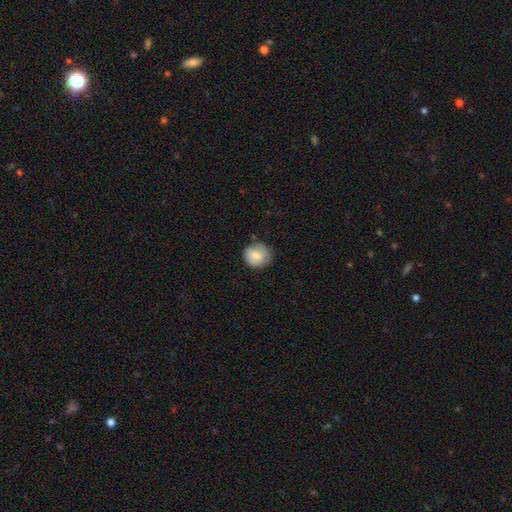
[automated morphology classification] smooth 76%, featured or disk 17%, star or artifact 7%. Down the decision tree: how rounded — round (83%); merging — none (75%).